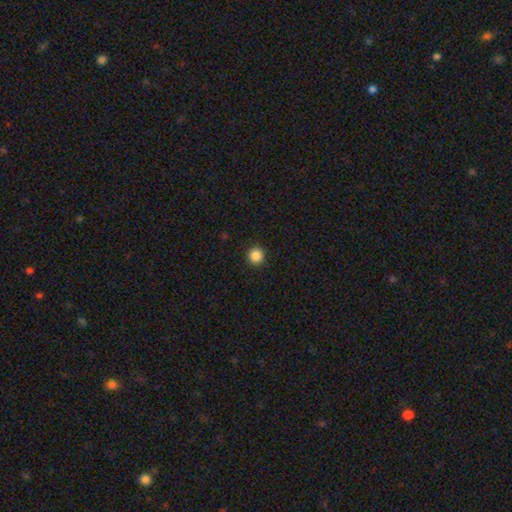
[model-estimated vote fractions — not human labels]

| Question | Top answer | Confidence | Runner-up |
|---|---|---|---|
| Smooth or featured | smooth | 86% | star or artifact (11%) |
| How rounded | round | 94% | in between (5%) |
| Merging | none | 93% | minor disturbance (5%) |